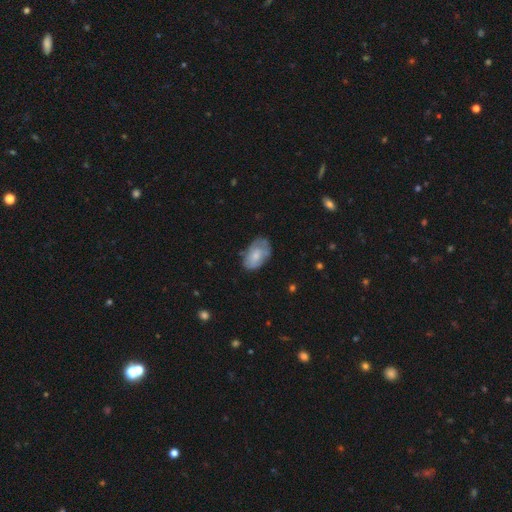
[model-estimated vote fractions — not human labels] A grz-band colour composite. It shows a smooth galaxy with no disk features (59%) that is in between round and cigar-shaped (91%). Merging: none (60%).